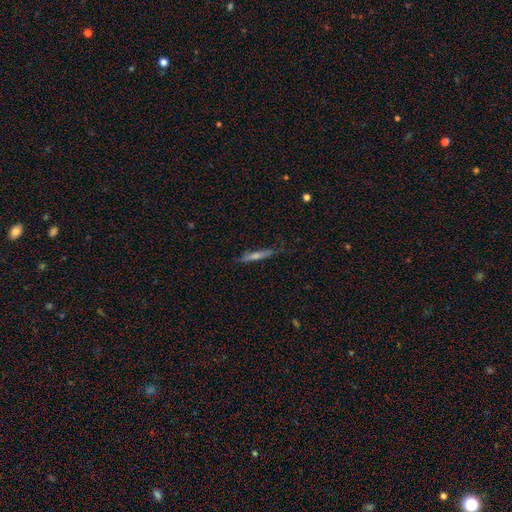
smooth_or_featured: featured or disk (p=0.62) [alt: smooth p=0.36]
disk_edge_on: yes (p=0.96) [alt: no p=0.04]
edge_on_bulge: rounded (p=0.78) [alt: none p=0.22]
merging: none (p=0.87) [alt: minor disturbance p=0.13]